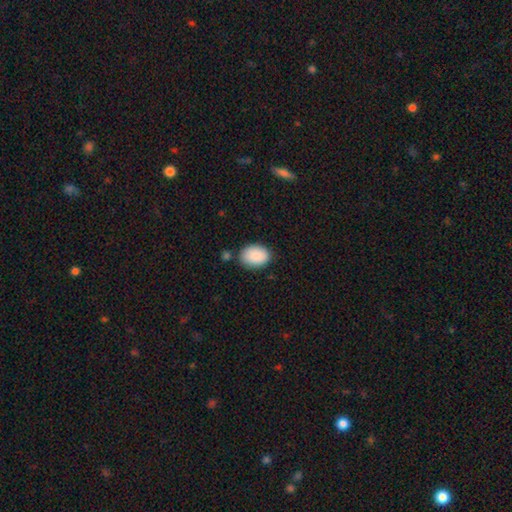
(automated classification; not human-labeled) Smooth or featured: smooth — 90% (star or artifact — 6%)
How rounded: in between — 85% (round — 14%)
Merging: none — 78% (minor disturbance — 14%)